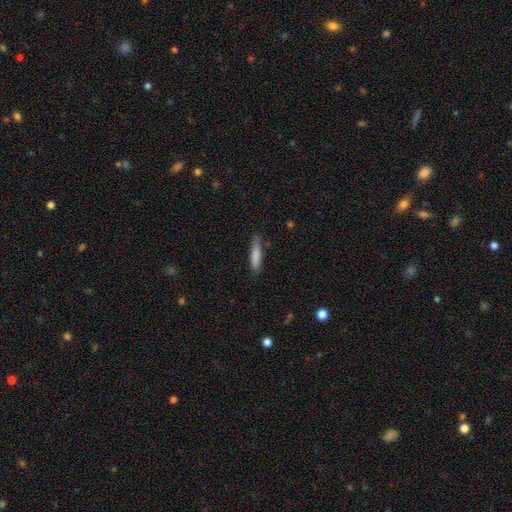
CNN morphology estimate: Smooth or featured: smooth — 82% (featured or disk — 12%)
How rounded: cigar-shaped — 82% (in between — 17%)
Merging: none — 78% (minor disturbance — 17%)